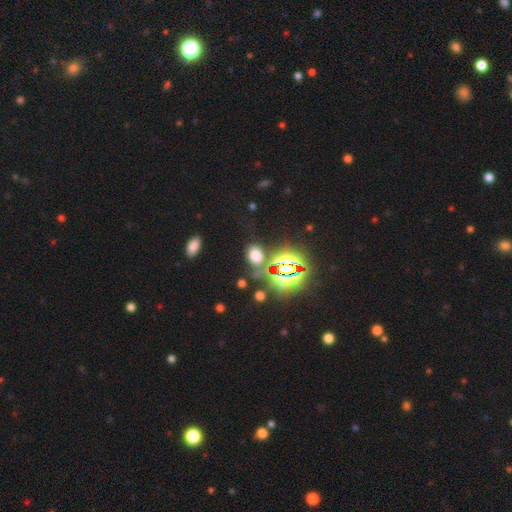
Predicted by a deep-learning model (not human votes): Overall: smooth (56%; star or artifact 37%). How rounded: in between (72%). Merging: none (73%).